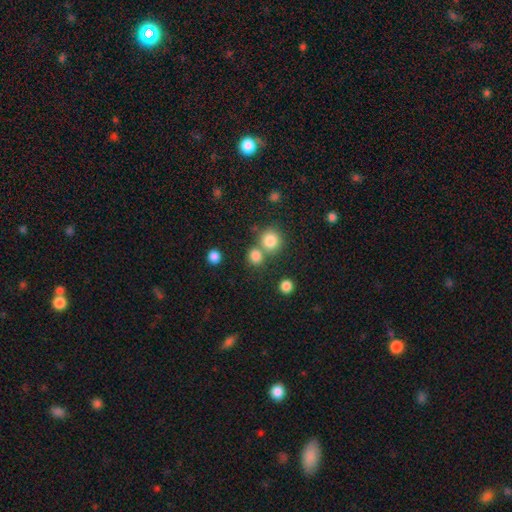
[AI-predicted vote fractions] Morphology: type=smooth (81%); roundness=round (81%); merging=none (58%).